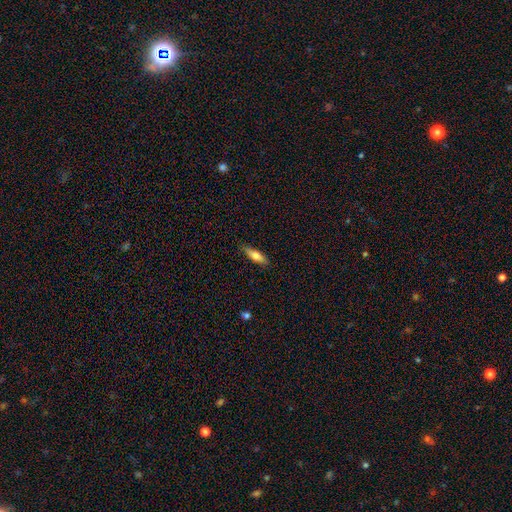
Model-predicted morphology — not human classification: Q: Smooth or featured?
A: smooth (70%); runner-up: featured or disk (23%)
Q: How rounded?
A: cigar-shaped (58%); runner-up: in between (40%)
Q: Merging?
A: none (85%); runner-up: minor disturbance (12%)